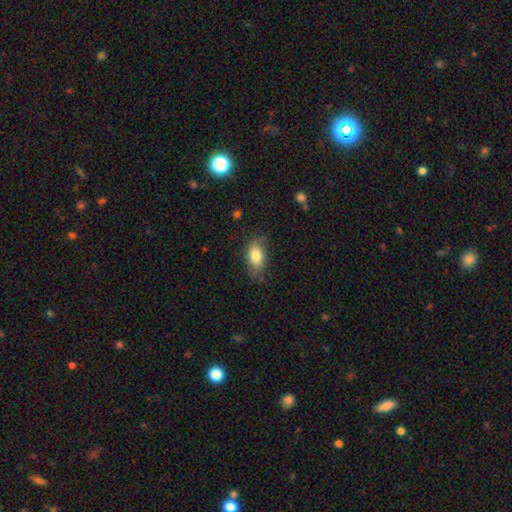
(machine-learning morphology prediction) This appears to be a smooth galaxy with no disk features (81%) that is in between round and cigar-shaped (88%). Merging: none (70%).